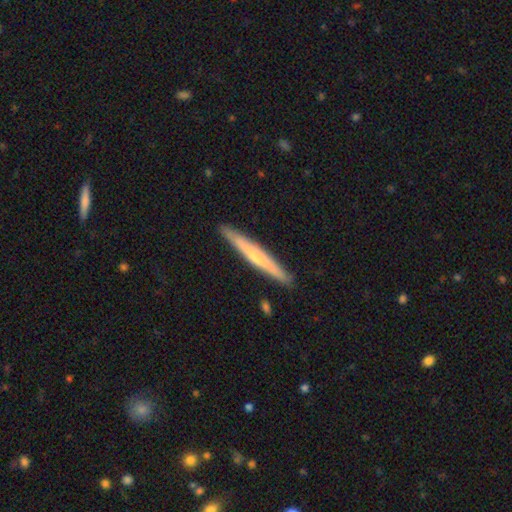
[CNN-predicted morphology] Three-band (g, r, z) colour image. It shows a smooth galaxy with no disk features (49%). Merging: none (91%).